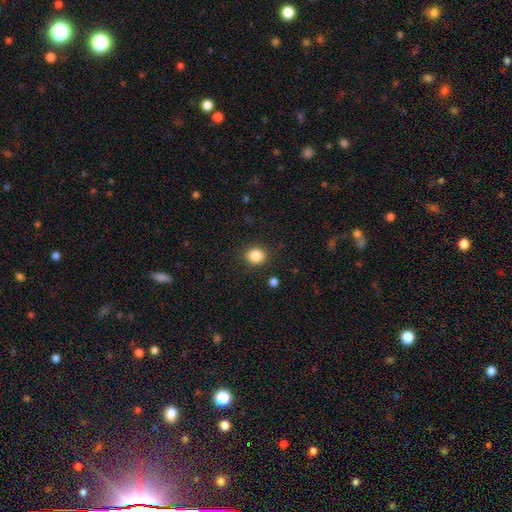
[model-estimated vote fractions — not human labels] This appears to be a smooth galaxy with no disk features (86%) that is round (78%). Merging: none (89%).